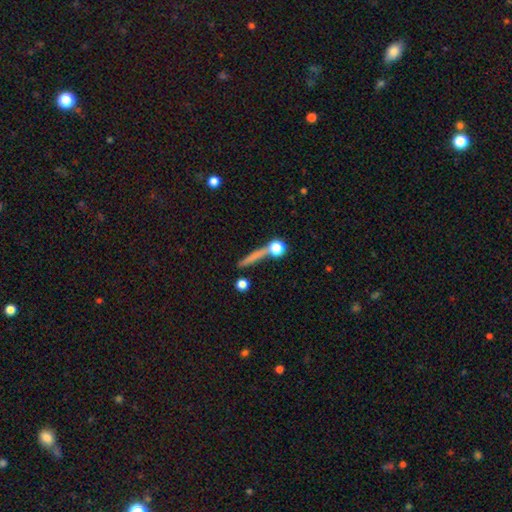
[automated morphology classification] smooth-or-featured: smooth: 60% | featured or disk: 26% | star or artifact: 13%
  how-rounded: cigar-shaped: 75% | round: 17% | in between: 8%
  merging: none: 70% | merger: 12% | minor disturbance: 12% | major disturbance: 6%